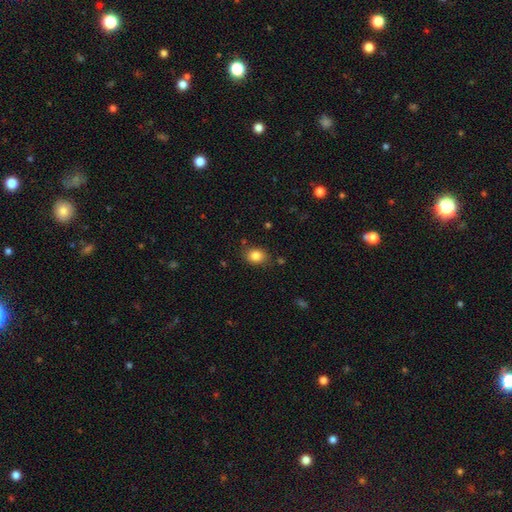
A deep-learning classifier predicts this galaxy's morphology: A smooth galaxy with no disk features (84%) that is in between round and cigar-shaped (55%). Merging: none (81%).